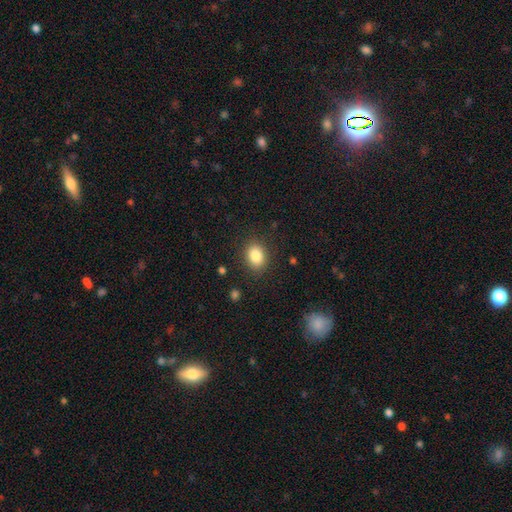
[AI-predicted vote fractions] smooth-or-featured: smooth: 85% | star or artifact: 9% | featured or disk: 6%
  how-rounded: in between: 62% | round: 37% | cigar-shaped: 1%
  merging: none: 86% | minor disturbance: 10% | major disturbance: 3% | merger: 1%